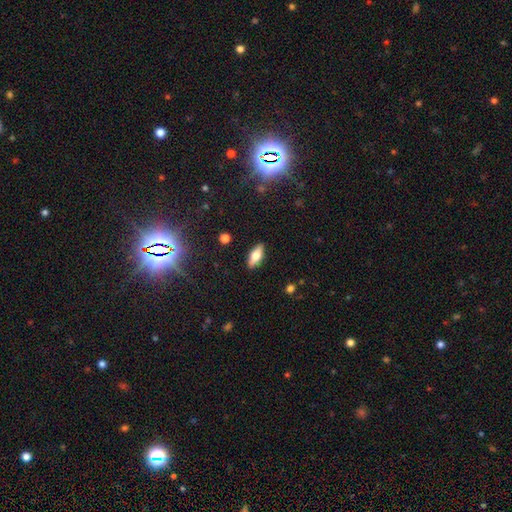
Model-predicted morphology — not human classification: A smooth galaxy with no disk features (61%) that is in between round and cigar-shaped (76%). Merging: none (88%).